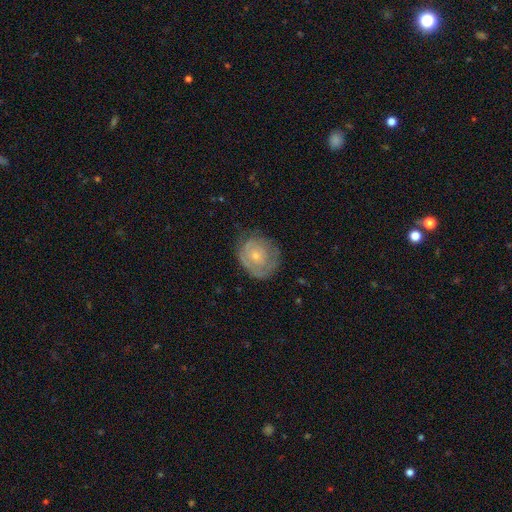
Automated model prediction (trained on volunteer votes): A featured or disk galaxy (52%) with no bar (85%), spiral arms (58%) and a small central bulge (61%). Merging: none (62%).